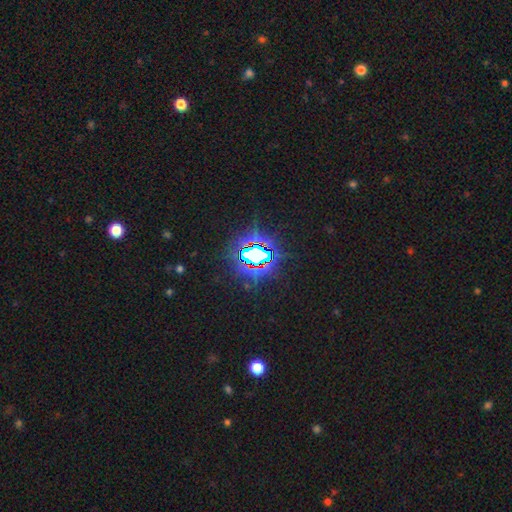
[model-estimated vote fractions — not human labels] smooth_or_featured: star or artifact (p=0.80) [alt: smooth p=0.10]